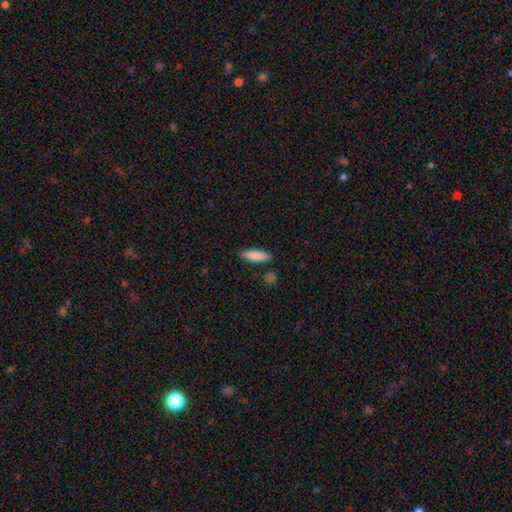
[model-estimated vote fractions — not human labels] Smooth or featured?
  - smooth: 88% *
  - featured or disk: 6%
  - star or artifact: 6%
How rounded?
  - in between: 49% * (tied)
  - cigar-shaped: 49% * (tied)
  - round: 2%
Merging?
  - none: 84% *
  - minor disturbance: 11%
  - merger: 3%
  - major disturbance: 2%